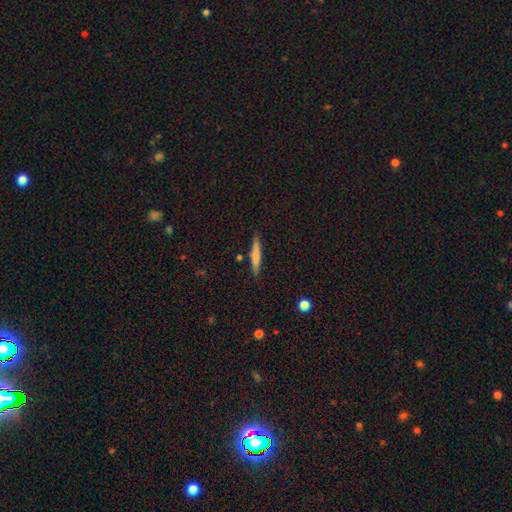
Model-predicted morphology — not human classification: Smooth or featured: smooth — 65% (featured or disk — 29%)
How rounded: cigar-shaped — 94% (in between — 5%)
Merging: none — 87% (minor disturbance — 9%)